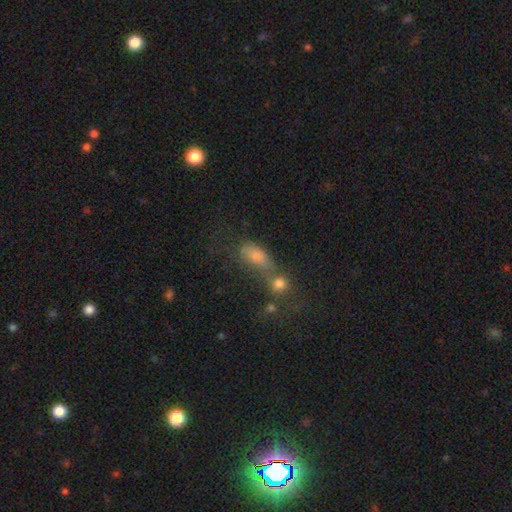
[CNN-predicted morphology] Smooth or featured?
  - smooth: 74% *
  - star or artifact: 14%
  - featured or disk: 12%
How rounded?
  - in between: 76% *
  - round: 15%
  - cigar-shaped: 9%
Merging?
  - merger: 47% *
  - none: 25%
  - major disturbance: 16%
  - minor disturbance: 13%